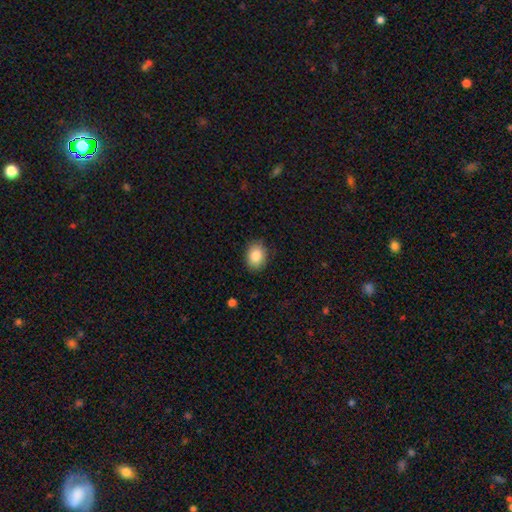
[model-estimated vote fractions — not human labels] smooth 86%, star or artifact 8%, featured or disk 6%. Down the decision tree: how rounded — in between (64%); merging — none (87%).